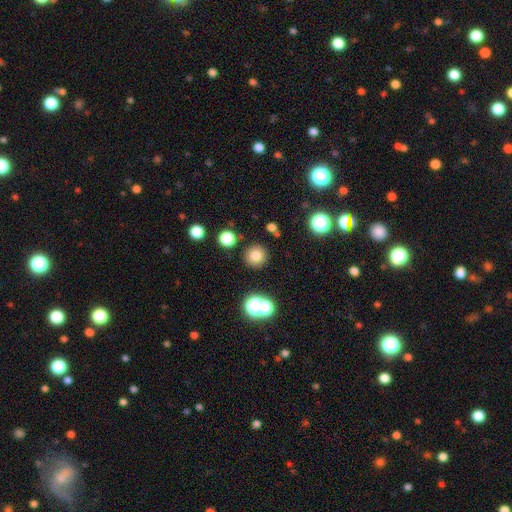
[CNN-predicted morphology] Smooth or featured?
  - smooth: 77% *
  - star or artifact: 15%
  - featured or disk: 8%
How rounded?
  - round: 93% *
  - in between: 6%
  - cigar-shaped: 1%
Merging?
  - none: 87% *
  - minor disturbance: 7%
  - merger: 4%
  - major disturbance: 3%